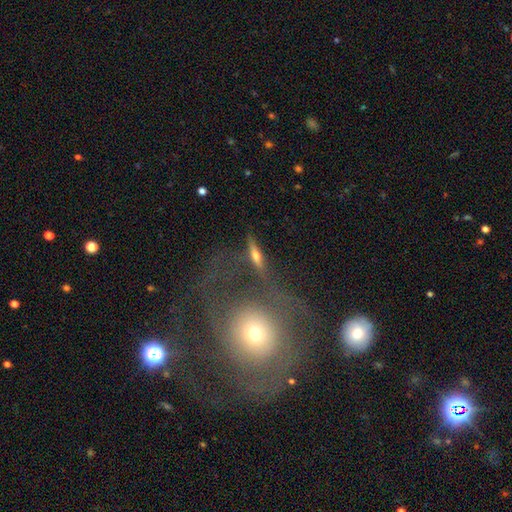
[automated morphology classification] Q: Smooth or featured?
A: featured or disk (57%); runner-up: smooth (32%)
Q: Edge-on disk?
A: yes (82%); runner-up: no (18%)
Q: Merging?
A: none (67%); runner-up: minor disturbance (14%)